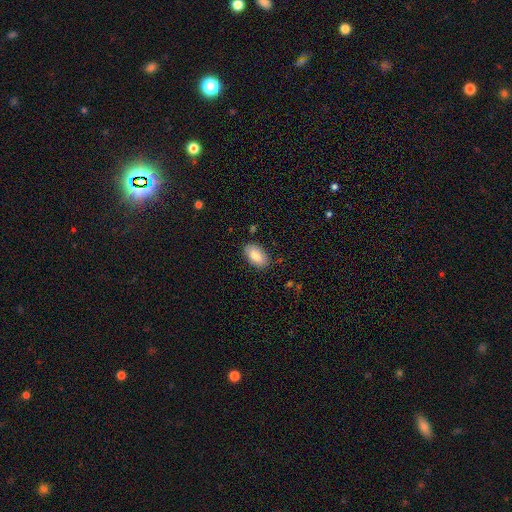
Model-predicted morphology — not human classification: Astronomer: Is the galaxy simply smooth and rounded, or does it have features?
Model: smooth — 84%.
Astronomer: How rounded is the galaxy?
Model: in between — 94%.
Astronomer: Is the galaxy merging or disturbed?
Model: none — 82%.